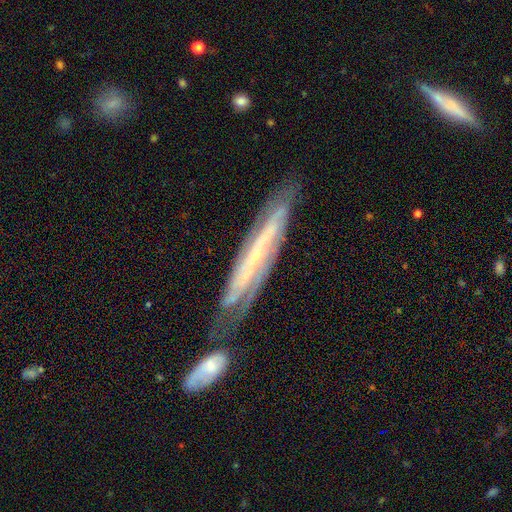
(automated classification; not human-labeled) featured or disk 82%, smooth 12%, star or artifact 6%. Down the decision tree: edge-on disk — no (52%); merging — none (62%).